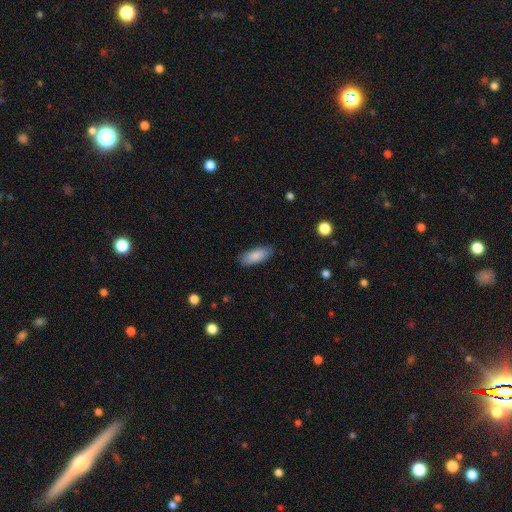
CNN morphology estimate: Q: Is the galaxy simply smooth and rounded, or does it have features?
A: smooth — 87%.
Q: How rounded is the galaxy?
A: in between — 75%.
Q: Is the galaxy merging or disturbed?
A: none — 86%.